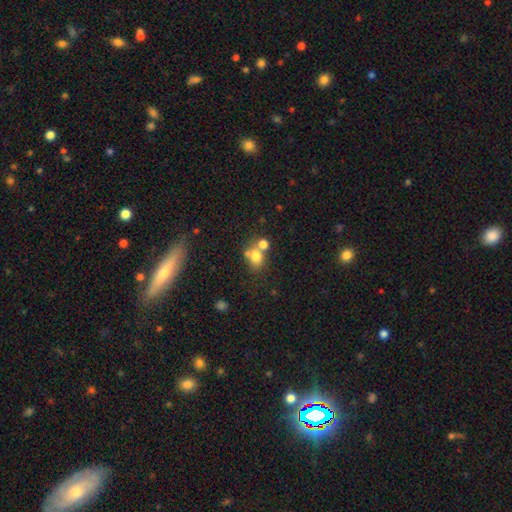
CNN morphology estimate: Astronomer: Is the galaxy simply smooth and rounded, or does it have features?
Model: smooth — 73%.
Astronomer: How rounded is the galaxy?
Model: round — 54% (runner-up: in between, 45%).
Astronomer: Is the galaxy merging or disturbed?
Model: merger — 43% (runner-up: none, 41%).